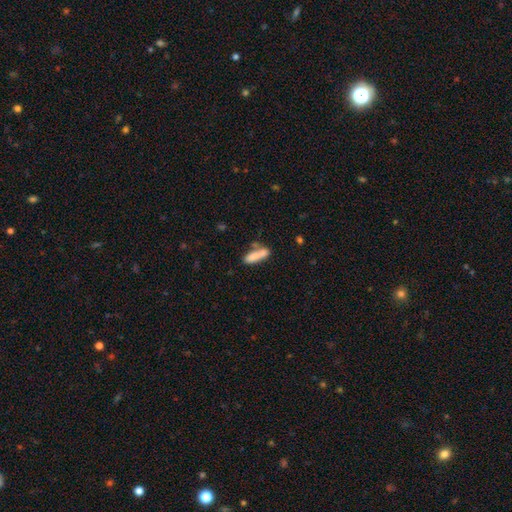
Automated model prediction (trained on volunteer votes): The model was most divided on "how rounded": cigar-shaped: 60%, in between: 38%, round: 2%. Remaining: smooth or featured — smooth (79%); merging — none (49%).